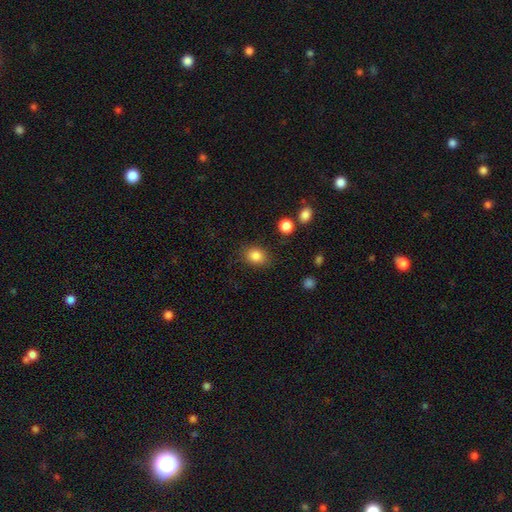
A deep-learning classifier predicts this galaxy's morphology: Smooth or featured? smooth (85%)
How rounded? in between (56%)
Merging? none (82%)